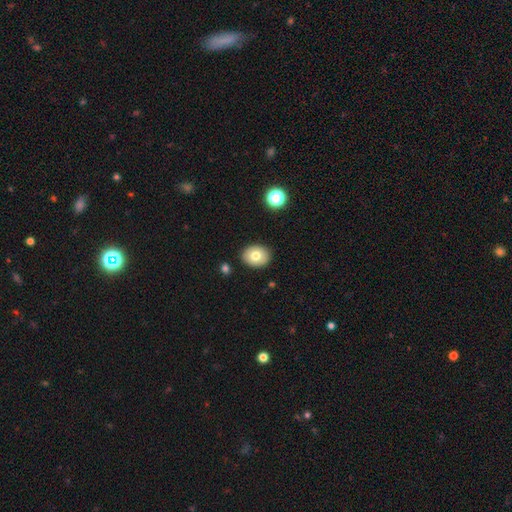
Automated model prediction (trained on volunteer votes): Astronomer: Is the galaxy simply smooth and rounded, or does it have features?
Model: smooth — 76%.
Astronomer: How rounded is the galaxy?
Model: in between — 56% (runner-up: round, 43%).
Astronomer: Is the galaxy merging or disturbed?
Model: none — 88%.